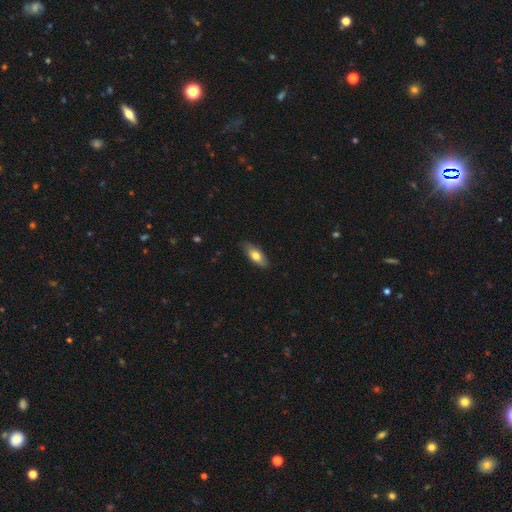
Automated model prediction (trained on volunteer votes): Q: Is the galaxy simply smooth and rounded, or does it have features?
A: smooth — 72%.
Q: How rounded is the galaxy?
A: in between — 78%.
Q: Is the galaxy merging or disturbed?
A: none — 79%.